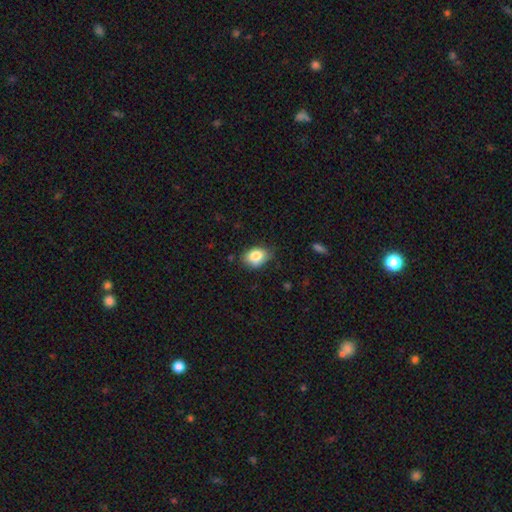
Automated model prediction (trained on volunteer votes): Smooth or featured? Predicted: smooth (p=0.84). How rounded? Predicted: in between (p=0.74). Merging? Predicted: none (p=0.70).